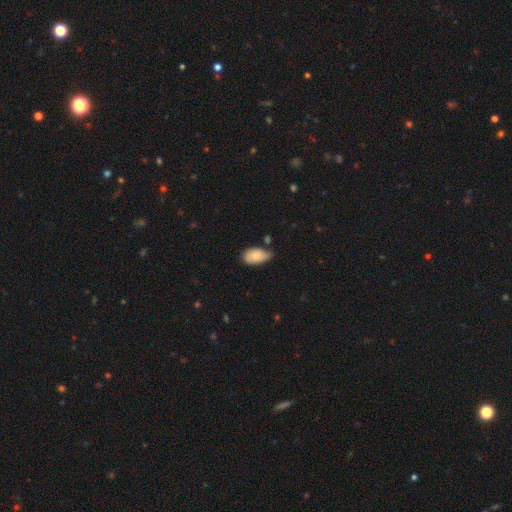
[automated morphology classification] type=smooth (81%); roundness=in between (94%); merging=none (50%).